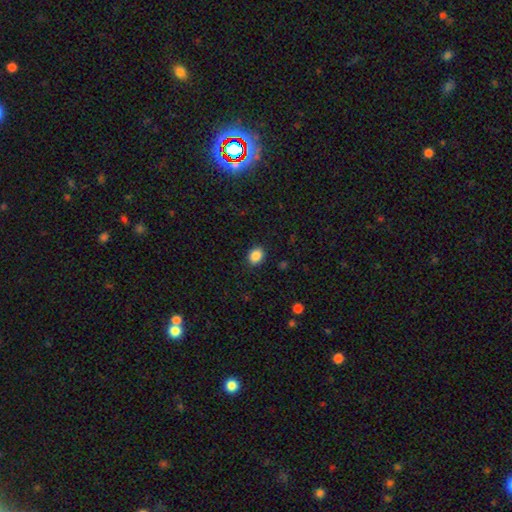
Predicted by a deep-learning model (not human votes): smooth_or_featured: smooth (p=0.88) [alt: star or artifact p=0.09]
how_rounded: round (p=0.51) [alt: in between p=0.48]
merging: none (p=0.89) [alt: minor disturbance p=0.07]